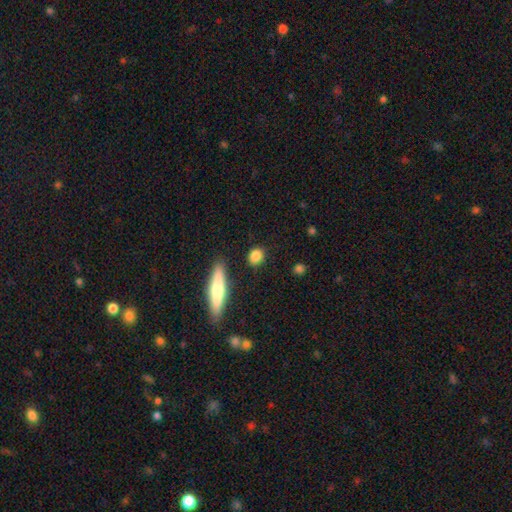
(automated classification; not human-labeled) This is clearly a smooth galaxy (84%). How rounded: likely round (60%). Merging: clearly none (83%).